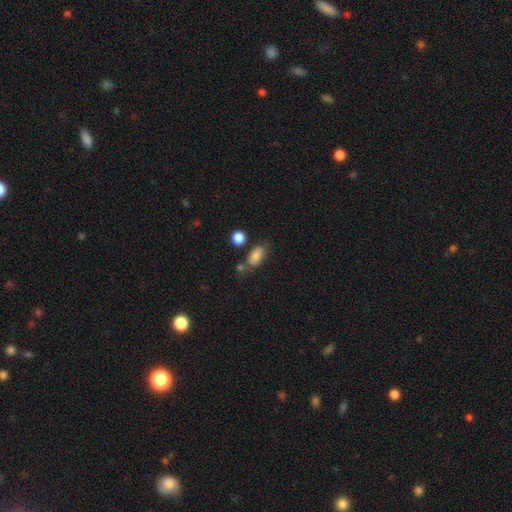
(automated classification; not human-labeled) A smooth galaxy with no disk features (79%) that is in between round and cigar-shaped (85%). Merging: none (59%).